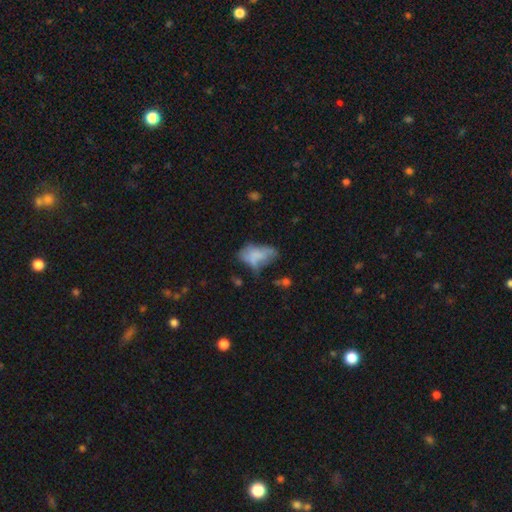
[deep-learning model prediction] Smooth or featured: smooth — 57% (featured or disk — 32%)
How rounded: in between — 88% (round — 7%)
Merging: major disturbance — 33% (none — 28%)